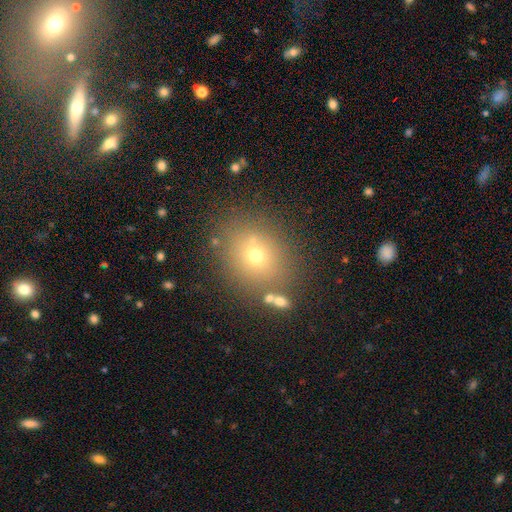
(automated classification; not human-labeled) smooth-or-featured: smooth: 66% | star or artifact: 20% | featured or disk: 15%
  how-rounded: round: 67% | in between: 32% | cigar-shaped: 1%
  merging: none: 77% | minor disturbance: 11% | merger: 8% | major disturbance: 5%